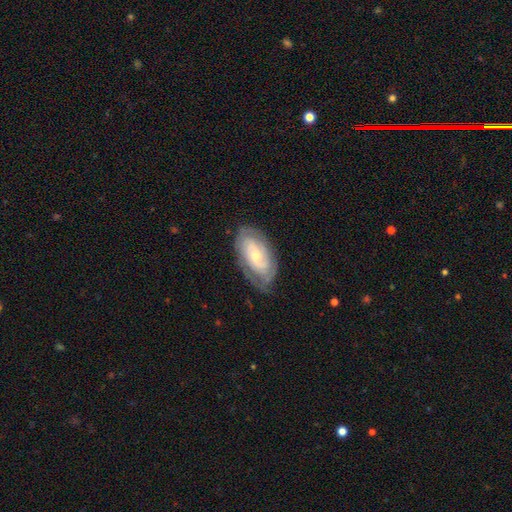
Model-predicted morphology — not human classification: This is likely a featured or disk galaxy (70%). It is clearly not viewed edge-on (93%). Bar: likely no (67%). Spiral arm pattern: clearly yes (84%). Spiral arm count: marginally can't tell (43%). Spiral winding: likely tight (63%). Central bulge: likely small (62%). Merging: likely none (68%).